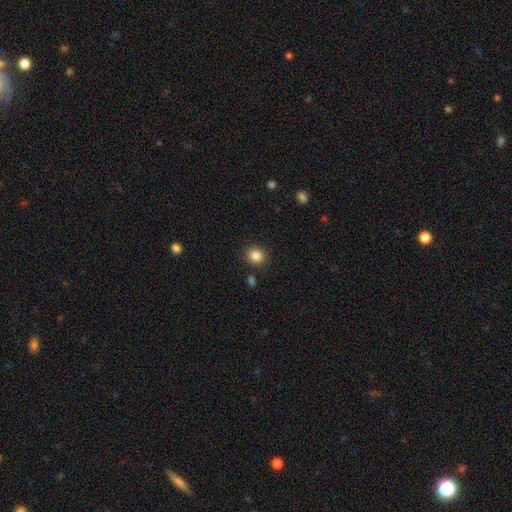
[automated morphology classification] Smooth or featured? smooth (86%)
How rounded? round (77%)
Merging? none (86%)